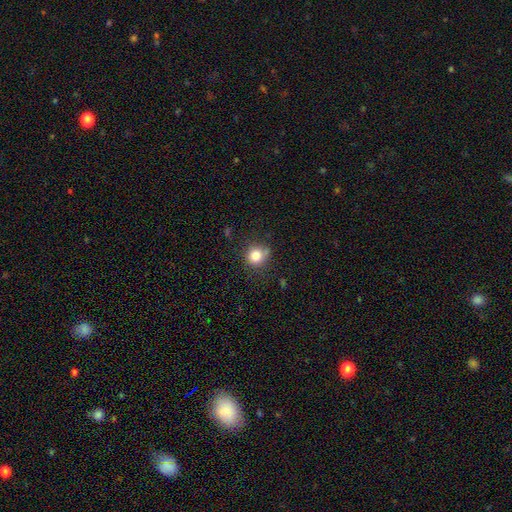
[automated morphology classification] This is clearly a smooth galaxy (81%). How rounded: clearly round (87%). Merging: likely none (71%).